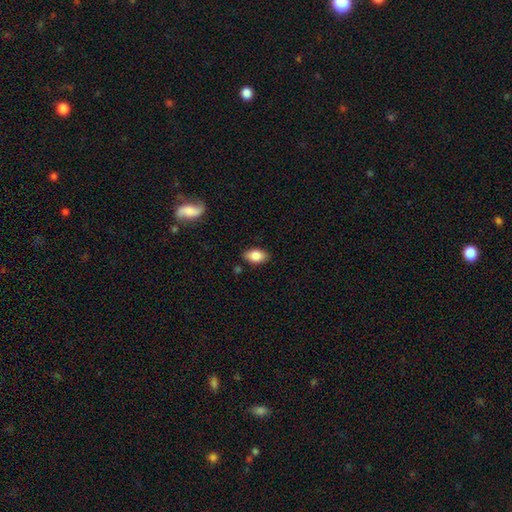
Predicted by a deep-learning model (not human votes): Smooth or featured? Predicted: smooth (p=0.84). How rounded? Predicted: in between (p=0.91). Merging? Predicted: none (p=0.85).